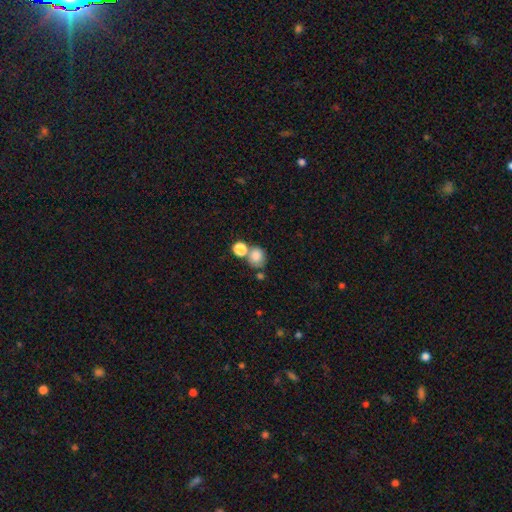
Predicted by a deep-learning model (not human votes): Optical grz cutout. It shows a smooth galaxy with no disk features (80%) that is round (71%). Merging: none (47%).